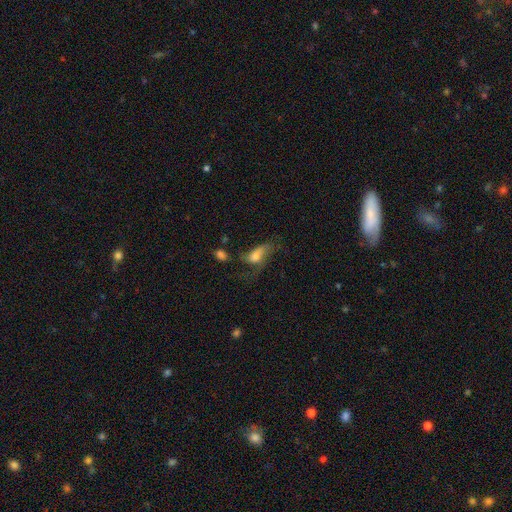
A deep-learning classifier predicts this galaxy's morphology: A smooth galaxy with no disk features (54%) that is in between round and cigar-shaped (78%). Merging: major disturbance (40%).